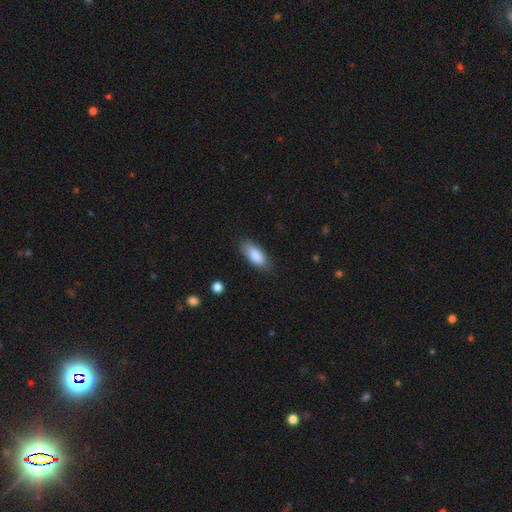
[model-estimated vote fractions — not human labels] Smooth or featured? Predicted: smooth (p=0.86). How rounded? Predicted: in between (p=0.83). Merging? Predicted: none (p=0.80).